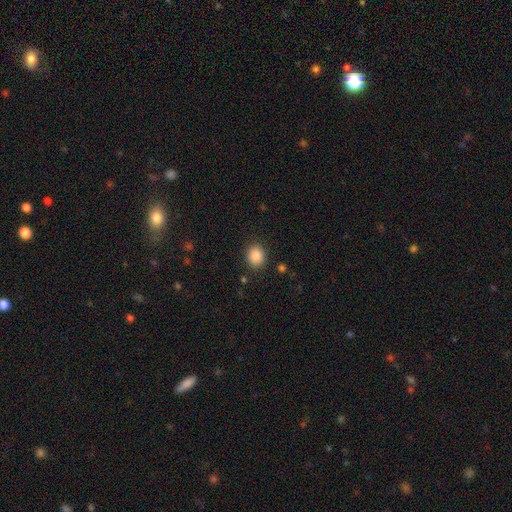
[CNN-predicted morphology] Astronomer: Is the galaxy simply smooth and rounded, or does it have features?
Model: smooth — 87%.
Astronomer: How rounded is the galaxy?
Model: round — 71%.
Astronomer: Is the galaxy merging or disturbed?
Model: none — 88%.